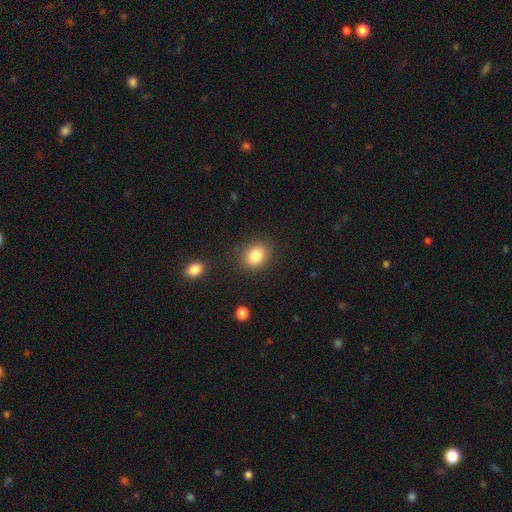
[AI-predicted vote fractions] Smooth or featured? Predicted: smooth (p=0.83). How rounded? Predicted: round (p=0.64). Merging? Predicted: none (p=0.87).